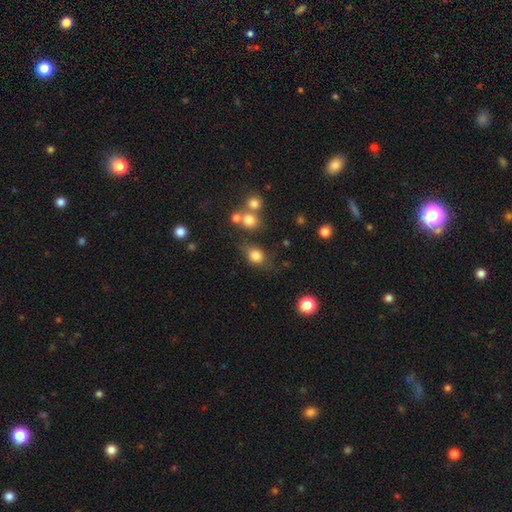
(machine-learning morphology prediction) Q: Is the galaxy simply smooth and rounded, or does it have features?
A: smooth — 81%.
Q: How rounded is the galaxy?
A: round — 61%.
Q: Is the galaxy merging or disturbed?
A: none — 62%.